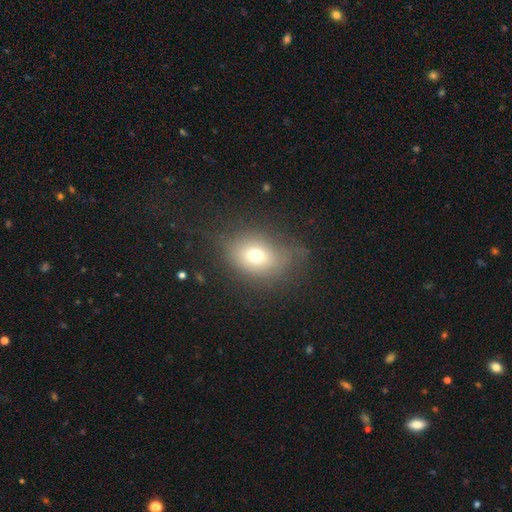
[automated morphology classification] A smooth galaxy with no disk features (69%) that is in between round and cigar-shaped (63%).

Vote fractions:
- Smooth or featured? smooth: 69% / featured or disk: 18% / star or artifact: 14%
- How rounded? in between: 63% / round: 35% / cigar-shaped: 1%
- Merging? none: 58% / minor disturbance: 25% / major disturbance: 15% / merger: 2%